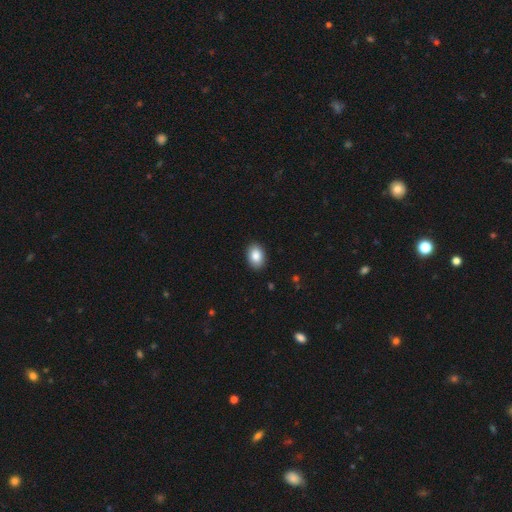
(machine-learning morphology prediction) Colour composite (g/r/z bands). It shows a smooth galaxy with no disk features (87%) that is in between round and cigar-shaped (84%). Merging: none (90%).